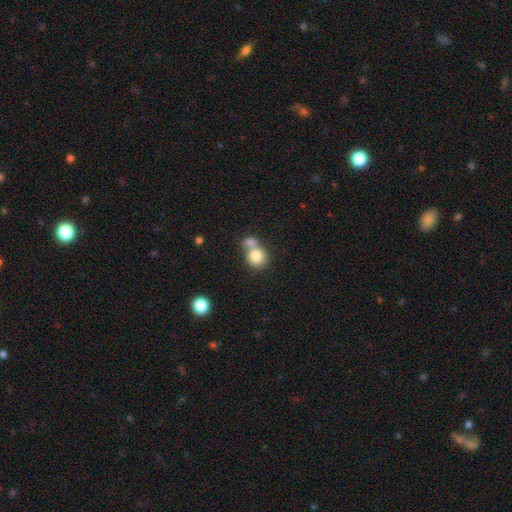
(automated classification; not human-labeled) Morphology: type=smooth (81%); roundness=round (82%); merging=merger (49%).